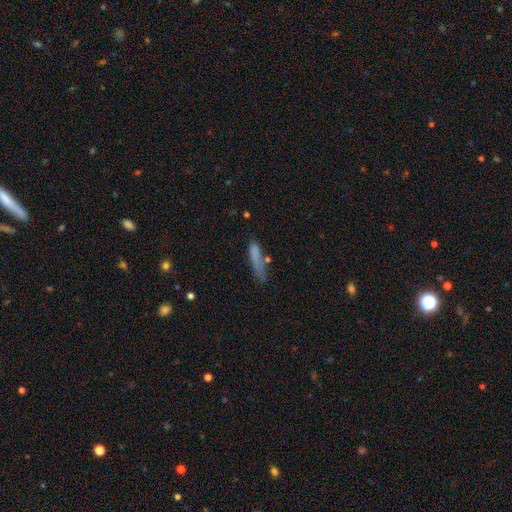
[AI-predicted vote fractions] Smooth or featured?
  - smooth: 75% *
  - featured or disk: 15%
  - star or artifact: 10%
How rounded?
  - cigar-shaped: 79% *
  - in between: 19%
  - round: 2%
Merging?
  - none: 55% *
  - minor disturbance: 25%
  - major disturbance: 12%
  - merger: 7%